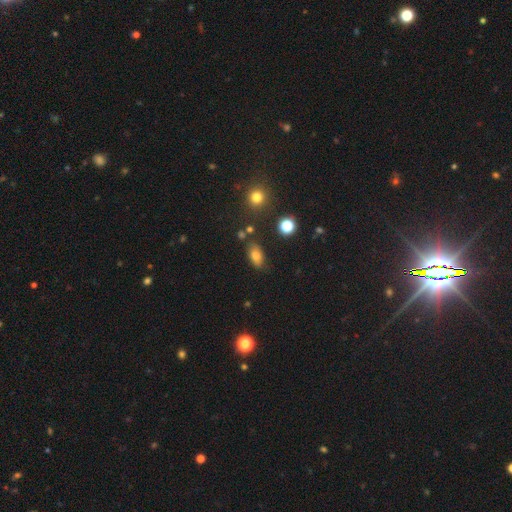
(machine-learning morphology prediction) smooth 77%, star or artifact 13%, featured or disk 10%. Down the decision tree: how rounded — in between (86%); merging — none (76%).